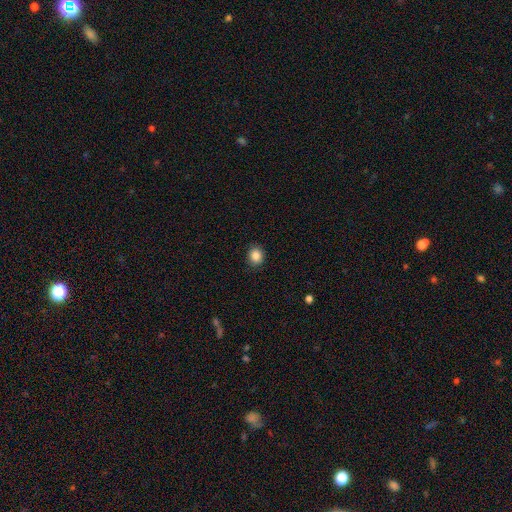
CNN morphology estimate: smooth 85%, star or artifact 10%, featured or disk 5%. Down the decision tree: how rounded — round (75%); merging — none (90%).